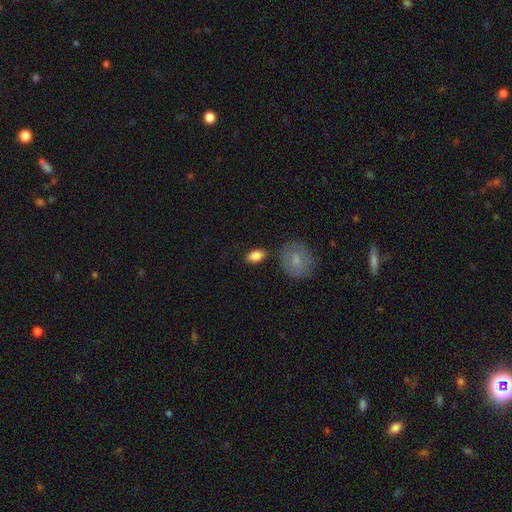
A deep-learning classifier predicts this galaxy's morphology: Smooth or featured? smooth (85%)
How rounded? in between (86%)
Merging? none (79%)